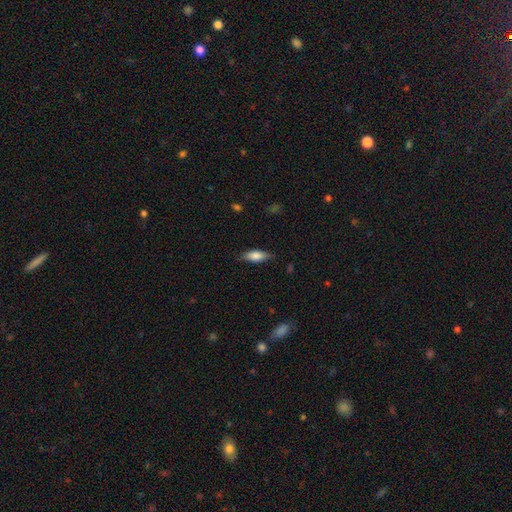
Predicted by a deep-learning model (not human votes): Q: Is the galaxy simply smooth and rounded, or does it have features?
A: smooth — 78%.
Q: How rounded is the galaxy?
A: in between — 68%.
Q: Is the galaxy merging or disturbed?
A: none — 82%.